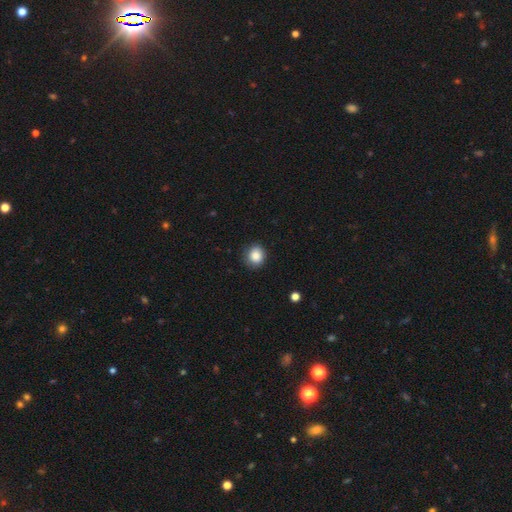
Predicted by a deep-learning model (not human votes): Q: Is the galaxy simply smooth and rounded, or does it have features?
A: smooth — 85%.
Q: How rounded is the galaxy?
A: round — 76%.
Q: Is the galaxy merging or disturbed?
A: none — 82%.